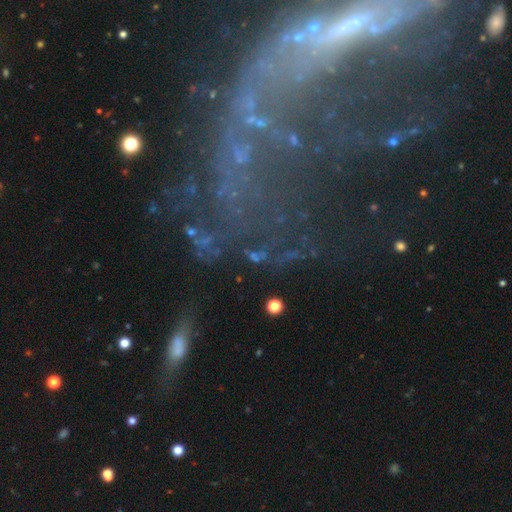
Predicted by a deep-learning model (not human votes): This is marginally a star or artifact rather than a galaxy (43%).